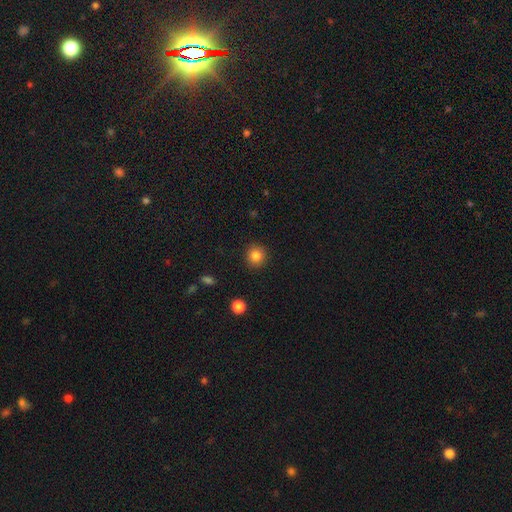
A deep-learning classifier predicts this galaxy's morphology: A smooth galaxy with no disk features (84%) that is round (92%).

Vote fractions:
- Smooth or featured? smooth: 84% / star or artifact: 11% / featured or disk: 5%
- How rounded? round: 92% / in between: 7% / cigar-shaped: 1%
- Merging? none: 91% / minor disturbance: 6% / major disturbance: 2% / merger: 1%